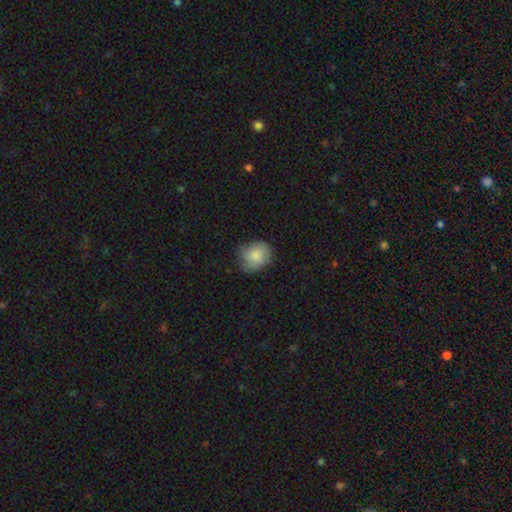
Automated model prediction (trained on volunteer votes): Smooth or featured? smooth (78%)
How rounded? round (66%)
Merging? none (62%)